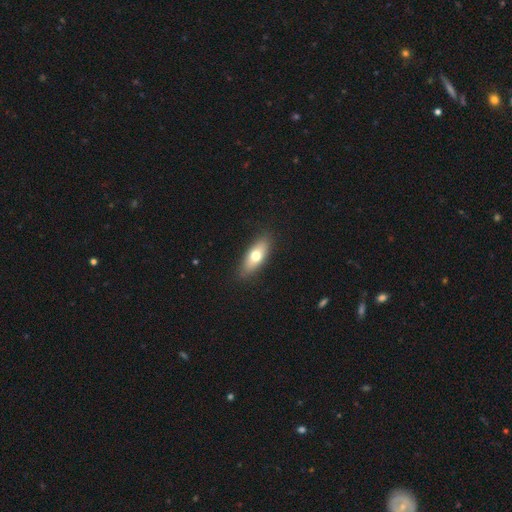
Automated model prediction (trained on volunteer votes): smooth_or_featured: smooth (p=0.66) [alt: featured or disk p=0.27]
how_rounded: in between (p=0.70) [alt: cigar-shaped p=0.26]
merging: none (p=0.87) [alt: minor disturbance p=0.10]